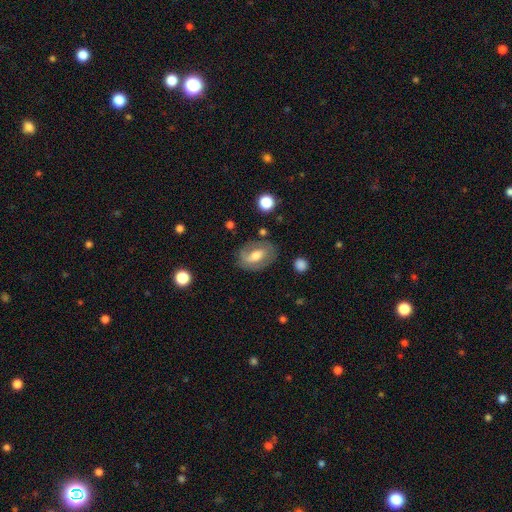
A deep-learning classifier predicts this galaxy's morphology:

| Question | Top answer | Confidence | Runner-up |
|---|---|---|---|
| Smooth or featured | featured or disk | 51% | smooth (42%) |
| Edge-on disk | no | 90% | yes (10%) |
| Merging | none | 71% | minor disturbance (19%) |